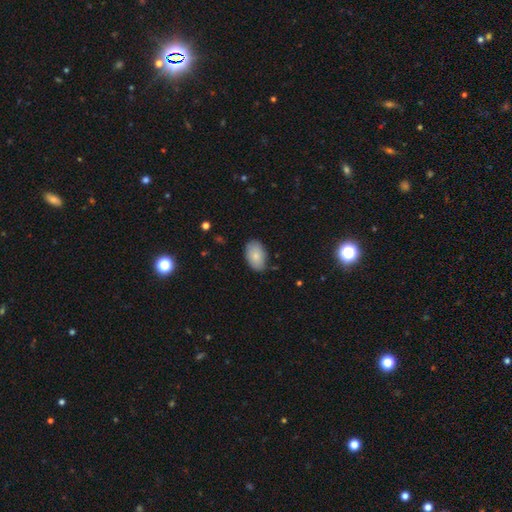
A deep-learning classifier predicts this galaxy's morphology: smooth-or-featured: smooth: 82% | featured or disk: 12% | star or artifact: 6%
  how-rounded: in between: 92% | round: 7% | cigar-shaped: 1%
  merging: none: 78% | minor disturbance: 17% | major disturbance: 3% | merger: 1%